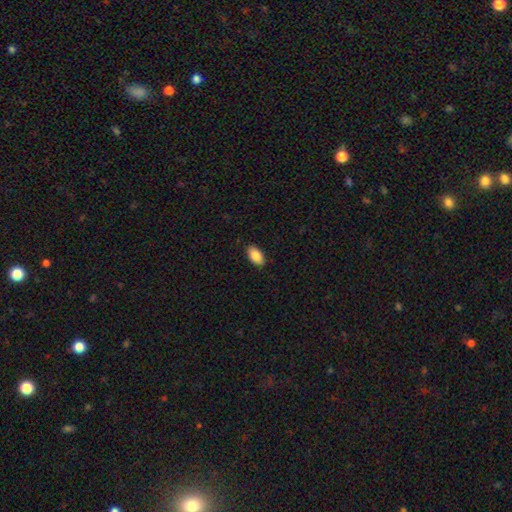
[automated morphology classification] This is clearly a smooth galaxy (88%). How rounded: clearly in between (94%). Merging: clearly none (87%).